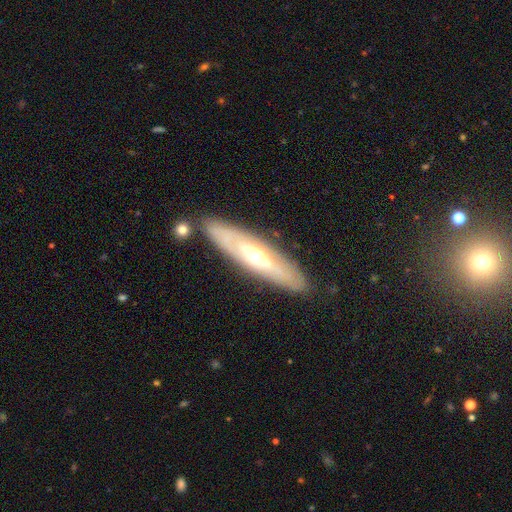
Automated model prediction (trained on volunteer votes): Smooth or featured: featured or disk — 68% (smooth — 26%)
Edge-on disk: no — 55% (yes — 45%)
Merging: none — 82% (minor disturbance — 11%)